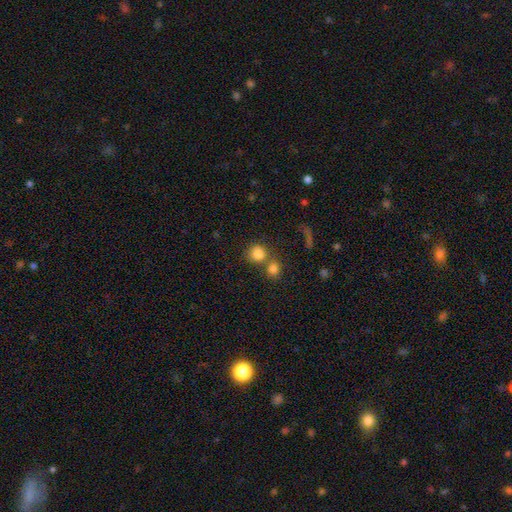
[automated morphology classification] A smooth galaxy with no disk features (78%) that is round (87%). Merging: none (59%).